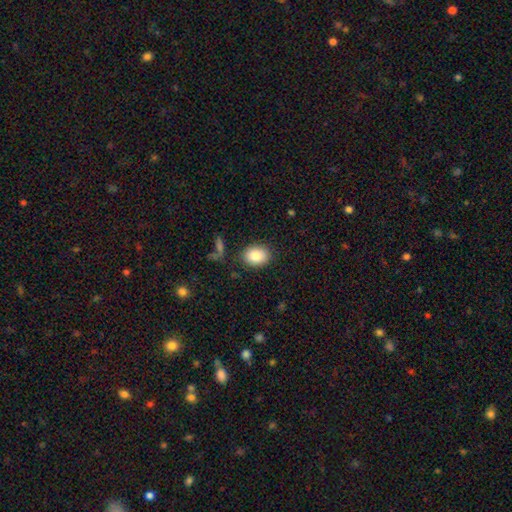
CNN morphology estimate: This appears to be a smooth galaxy with no disk features (86%) that is in between round and cigar-shaped (64%). Merging: none (86%).